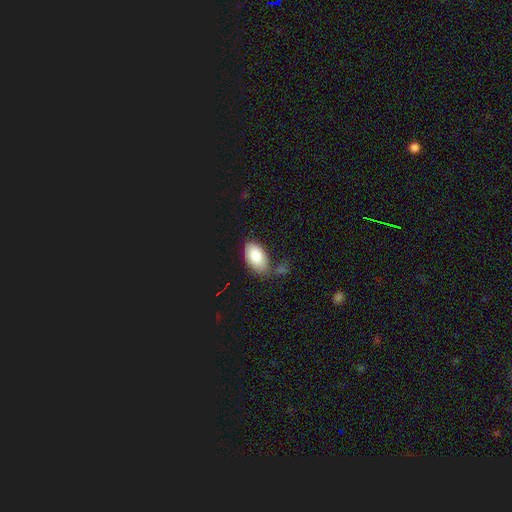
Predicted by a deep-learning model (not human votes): smooth_or_featured: smooth (p=0.84) [alt: featured or disk p=0.09]
how_rounded: in between (p=0.93) [alt: round p=0.05]
merging: none (p=0.63) [alt: minor disturbance p=0.20]